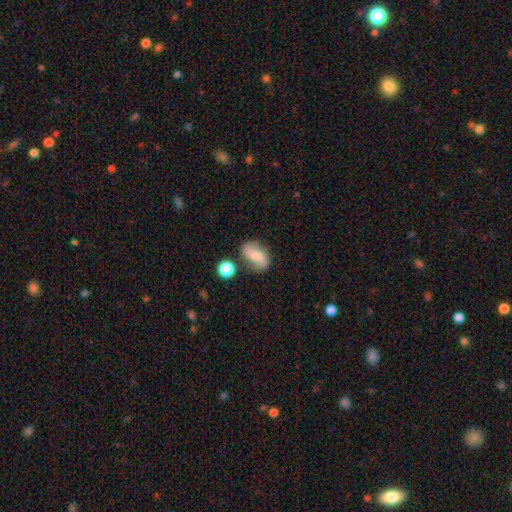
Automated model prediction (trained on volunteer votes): Smooth or featured? Predicted: featured or disk (p=0.48). Merging? Predicted: none (p=0.70).